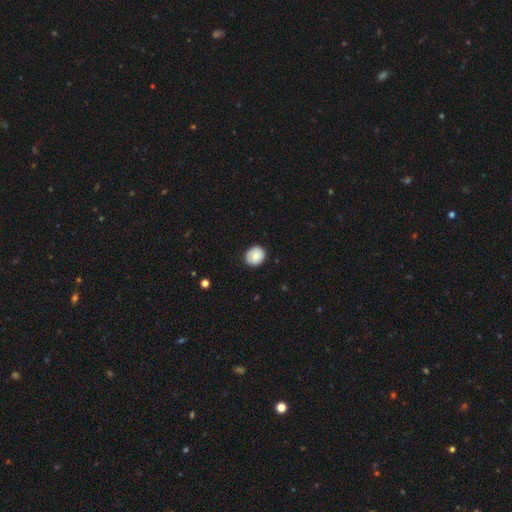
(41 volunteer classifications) Q: Smooth or featured?
A: smooth (90%); runner-up: featured or disk (10%)
Q: How rounded?
A: round (78%); runner-up: in between (22%)
Q: Merging?
A: none (83%); runner-up: minor disturbance (12%)